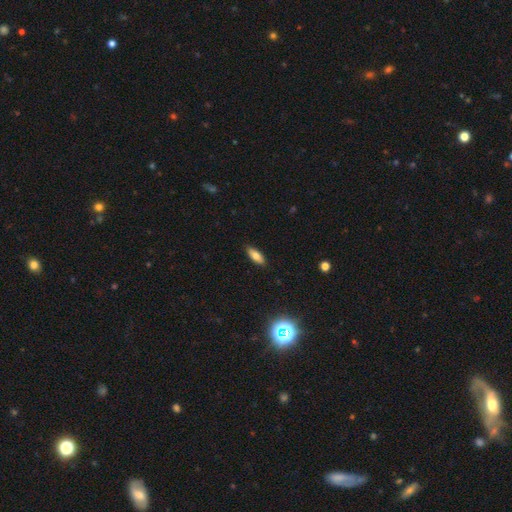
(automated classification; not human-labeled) Smooth or featured? smooth (74%)
How rounded? in between (73%)
Merging? none (88%)